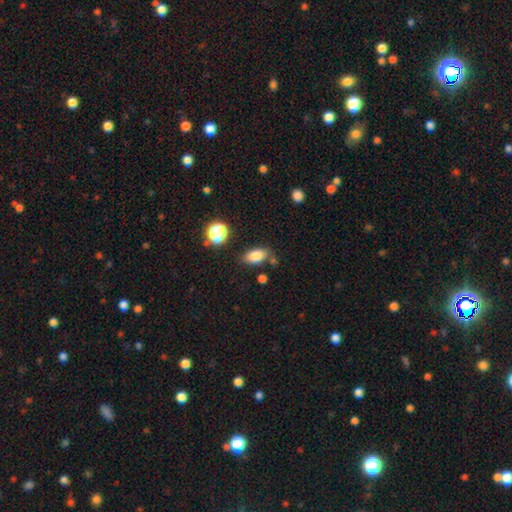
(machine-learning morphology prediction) type=smooth (81%); roundness=in between (87%); merging=none (77%).